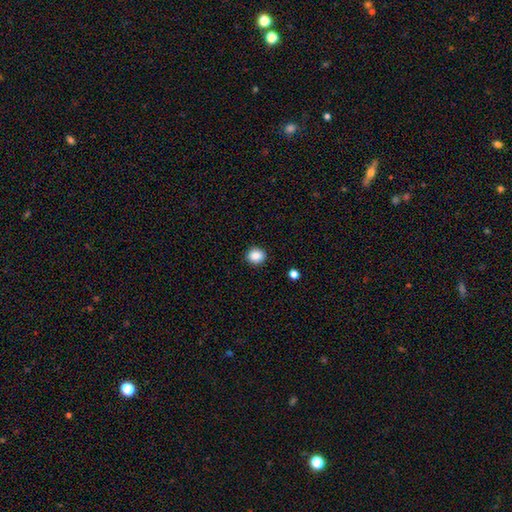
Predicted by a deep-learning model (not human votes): Morphology: type=smooth (87%); roundness=round (75%); merging=none (91%).